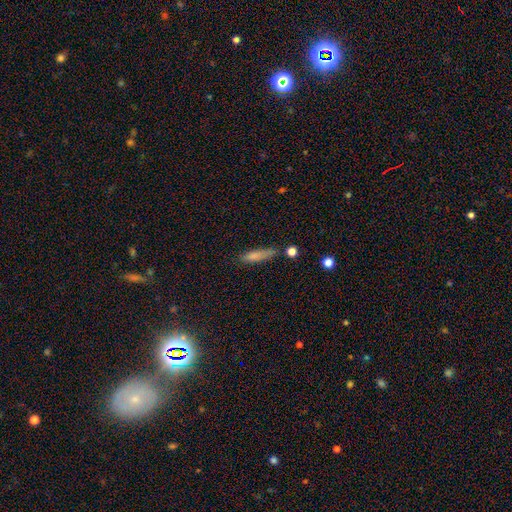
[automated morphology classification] Smooth or featured: smooth — 76% (featured or disk — 15%)
How rounded: cigar-shaped — 80% (in between — 18%)
Merging: none — 65% (minor disturbance — 22%)